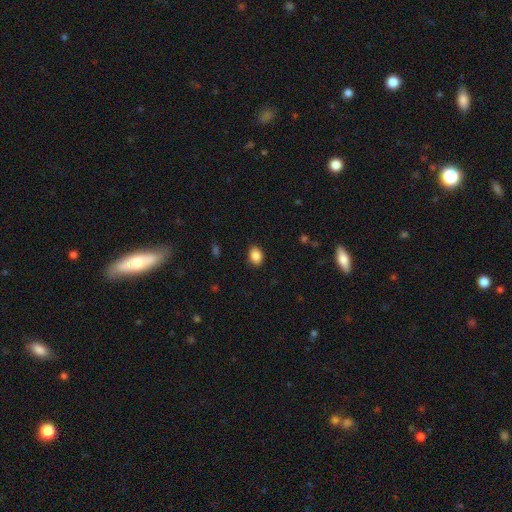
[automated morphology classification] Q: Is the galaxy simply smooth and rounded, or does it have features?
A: smooth — 87%.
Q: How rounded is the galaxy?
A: in between — 72%.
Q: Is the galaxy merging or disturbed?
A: none — 86%.